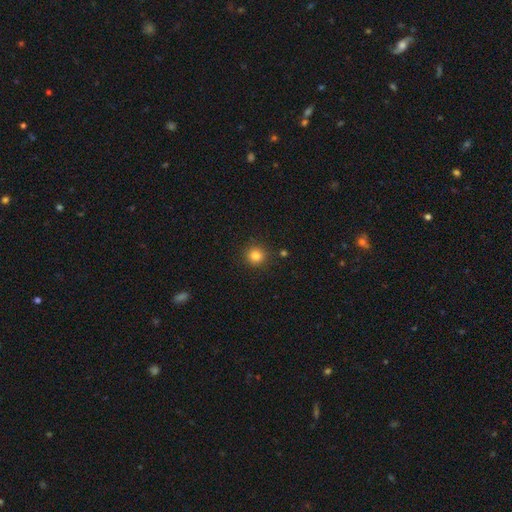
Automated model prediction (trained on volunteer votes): smooth 82%, star or artifact 12%, featured or disk 5%. Down the decision tree: how rounded — round (93%); merging — none (89%).